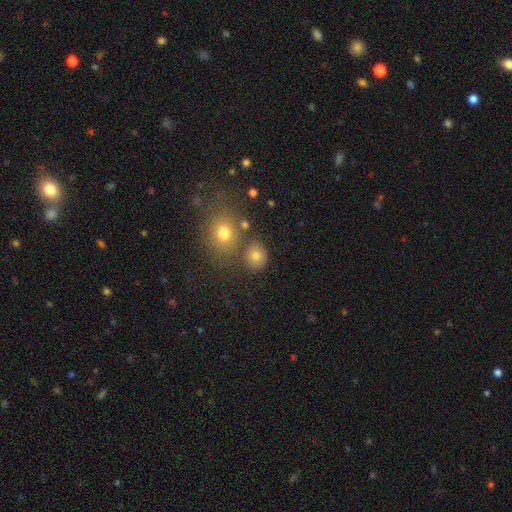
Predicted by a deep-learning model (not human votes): Smooth or featured?
  - smooth: 77% *
  - star or artifact: 14%
  - featured or disk: 10%
How rounded?
  - round: 62% *
  - in between: 36%
  - cigar-shaped: 1%
Merging?
  - none: 75% *
  - minor disturbance: 11%
  - merger: 9%
  - major disturbance: 4%